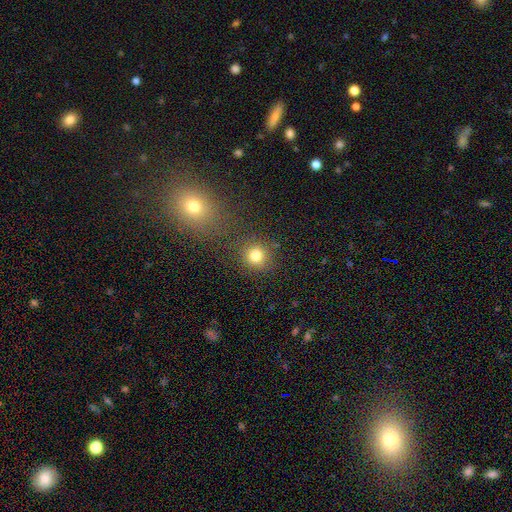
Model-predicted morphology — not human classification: type=smooth (79%); roundness=round (89%); merging=none (80%).